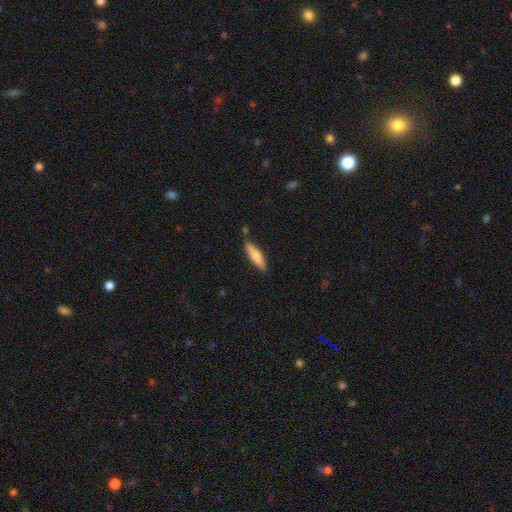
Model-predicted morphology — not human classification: Overall: smooth (71%). How rounded: cigar-shaped (72%). Merging: none (81%).